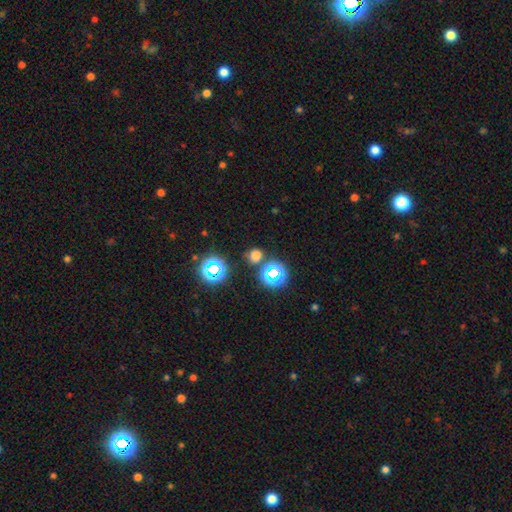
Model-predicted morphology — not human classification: The model was most divided on "smooth or featured": smooth: 58%, star or artifact: 35%, featured or disk: 7%. More confident: how rounded — round (84%); merging — none (76%).